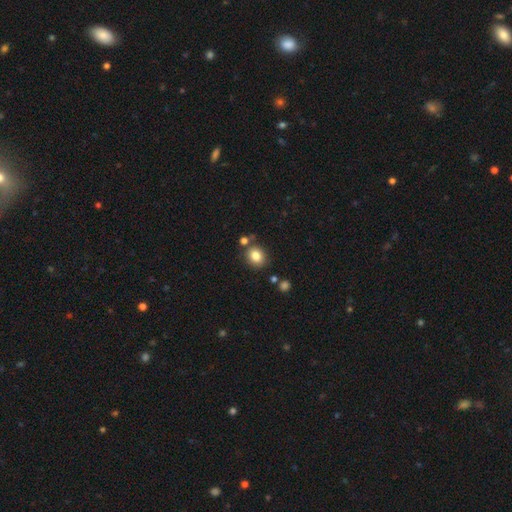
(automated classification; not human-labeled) Q: Smooth or featured?
A: smooth (82%); runner-up: star or artifact (11%)
Q: How rounded?
A: round (69%); runner-up: in between (30%)
Q: Merging?
A: none (78%); runner-up: minor disturbance (10%)